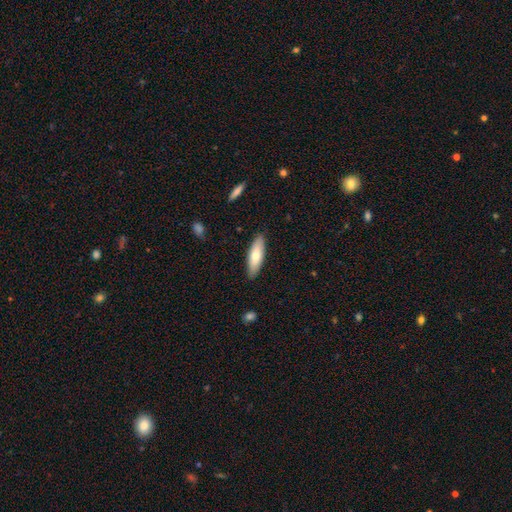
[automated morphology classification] Smooth or featured? Predicted: smooth (p=0.72). How rounded? Predicted: in between (p=0.51). Merging? Predicted: none (p=0.87).